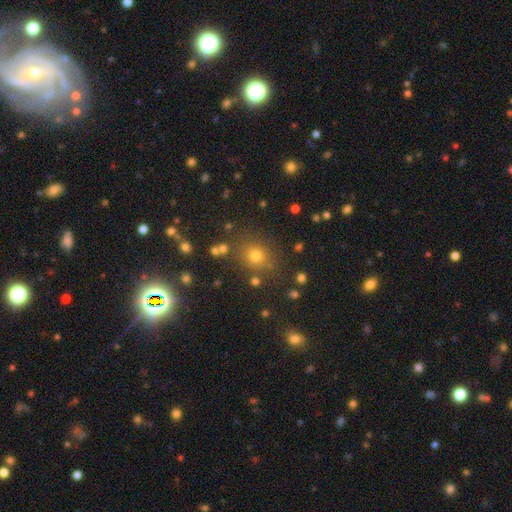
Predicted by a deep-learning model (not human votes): smooth 69%, star or artifact 24%, featured or disk 7%. Down the decision tree: how rounded — round (85%); merging — none (82%).